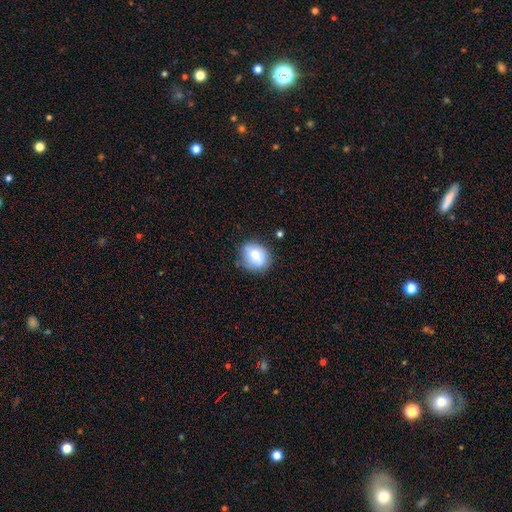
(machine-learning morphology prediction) Smooth or featured? smooth (67%)
How rounded? round (65%)
Merging? none (71%)